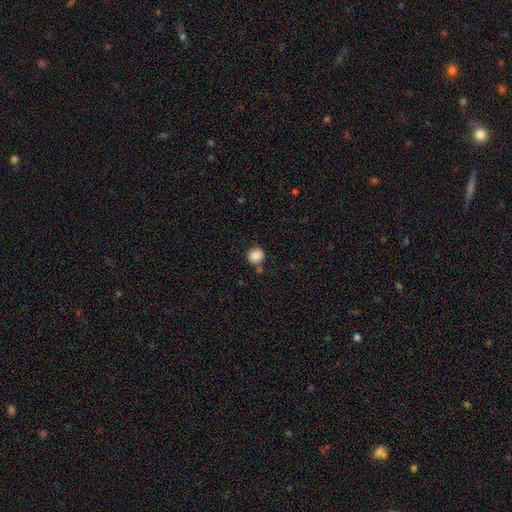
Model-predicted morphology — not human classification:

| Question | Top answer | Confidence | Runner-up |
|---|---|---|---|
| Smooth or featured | smooth | 86% | star or artifact (9%) |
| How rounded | round | 88% | in between (11%) |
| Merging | none | 80% | minor disturbance (11%) |